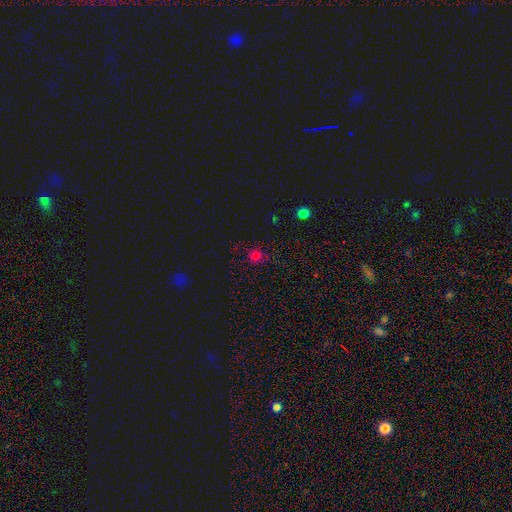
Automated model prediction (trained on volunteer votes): Morphology: type=smooth (71%); roundness=round (87%); merging=none (81%).